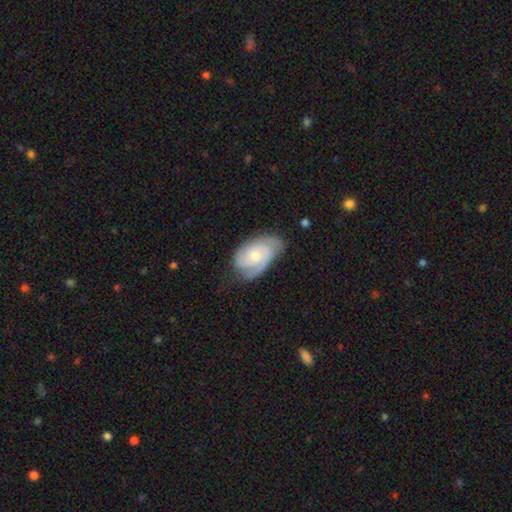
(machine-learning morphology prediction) This appears to be a featured or disk galaxy (77%) with no bar (73%), 2 (38%) tight (60%) spiral arms (95%) and a moderate central bulge (48%). Merging: none (64%).